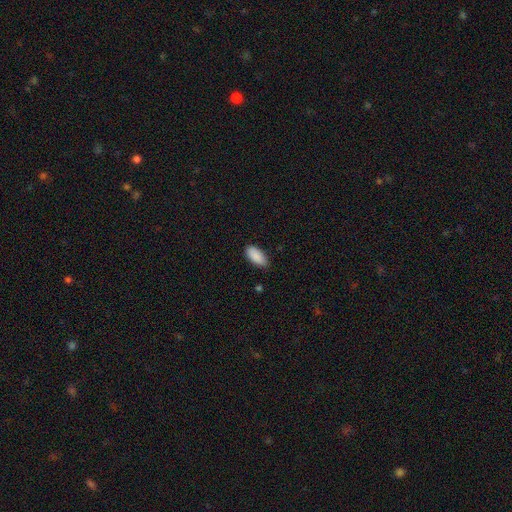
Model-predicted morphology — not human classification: smooth 90%, star or artifact 6%, featured or disk 4%. Down the decision tree: how rounded — in between (91%); merging — none (80%).